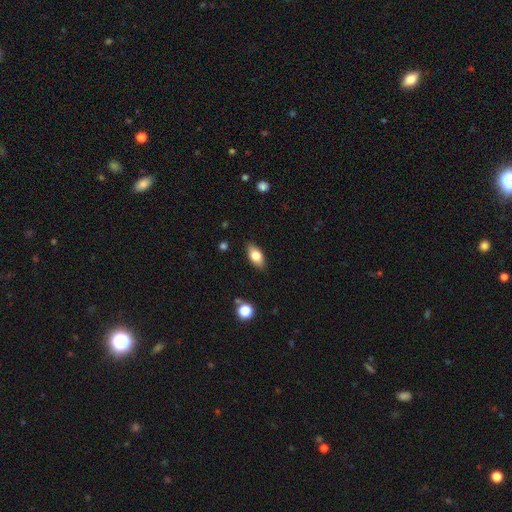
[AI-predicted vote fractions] This appears to be a smooth galaxy with no disk features (78%) that is in between round and cigar-shaped (89%). Merging: none (87%).